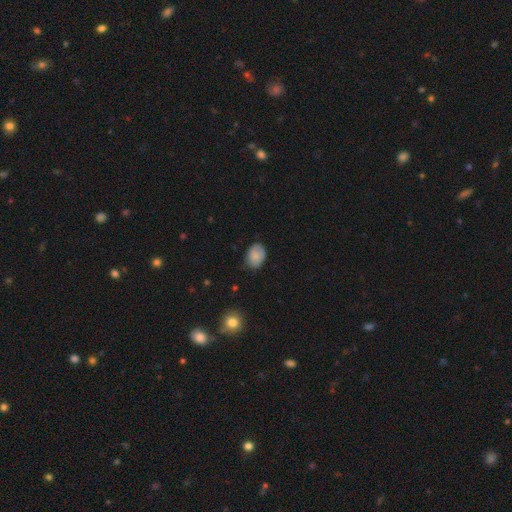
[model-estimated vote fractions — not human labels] A smooth galaxy with no disk features (81%) that is in between round and cigar-shaped (71%).

Vote fractions:
- Smooth or featured? smooth: 81% / featured or disk: 11% / star or artifact: 8%
- How rounded? in between: 71% / round: 28% / cigar-shaped: 1%
- Merging? none: 74% / minor disturbance: 21% / major disturbance: 4% / merger: 1%